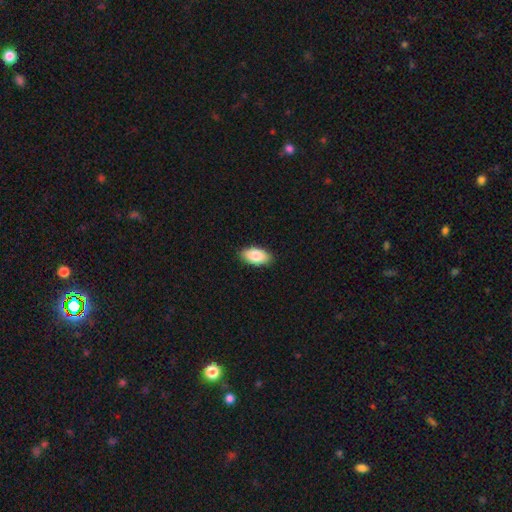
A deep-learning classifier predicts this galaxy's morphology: Smooth or featured: smooth — 84% (featured or disk — 9%)
How rounded: in between — 94% (round — 3%)
Merging: none — 89% (minor disturbance — 8%)